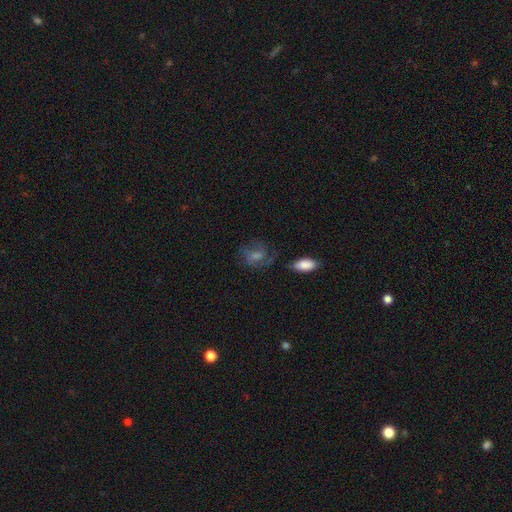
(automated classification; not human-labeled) This is possibly a featured or disk galaxy (49%). Merging: likely none (65%).